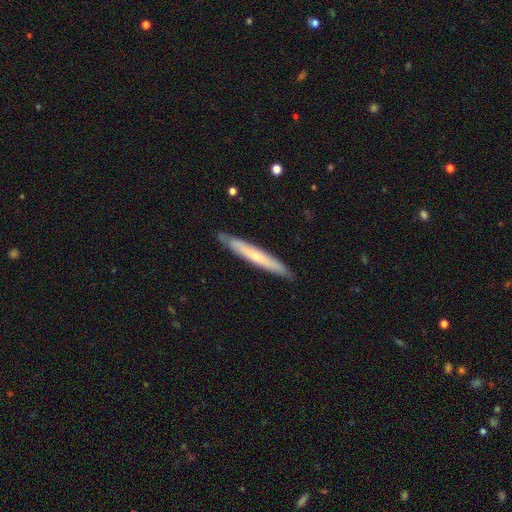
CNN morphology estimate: This is possibly a smooth galaxy (50%). How rounded: clearly cigar-shaped (96%). Merging: clearly none (86%).